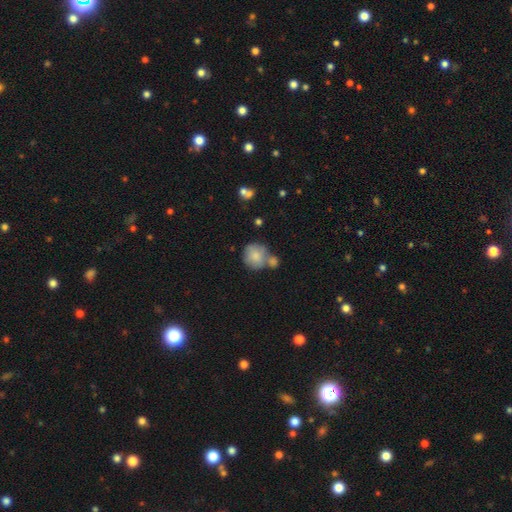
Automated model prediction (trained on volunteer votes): Overall: smooth (78%). How rounded: round (83%). Merging: none (43%; merger 35%).